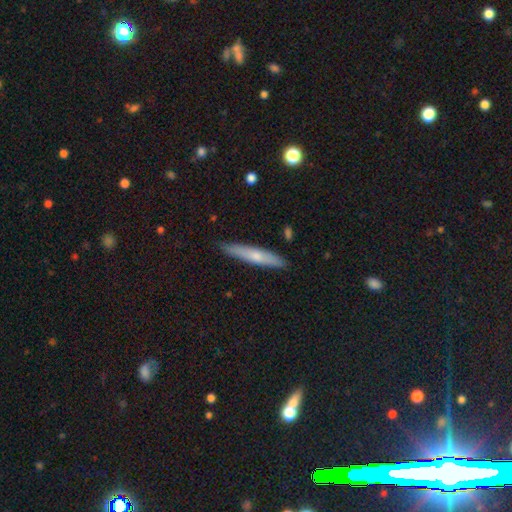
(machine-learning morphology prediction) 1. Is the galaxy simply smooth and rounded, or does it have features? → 57% smooth, 37% featured or disk, 6% star or artifact.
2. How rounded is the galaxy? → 91% cigar-shaped, 7% in between, 1% round.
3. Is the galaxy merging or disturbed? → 88% none, 9% minor disturbance, 2% major disturbance, 1% merger.